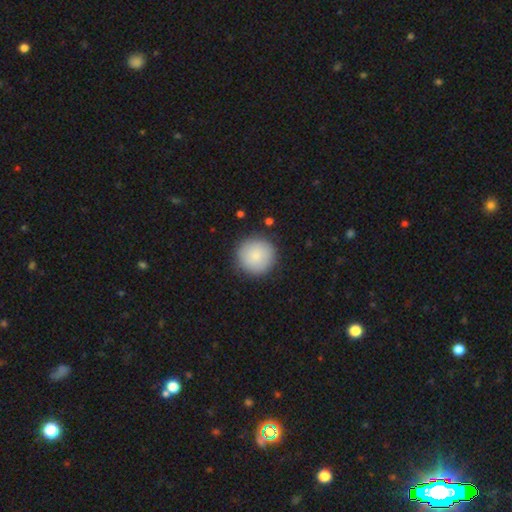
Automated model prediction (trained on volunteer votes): This appears to be a smooth galaxy with no disk features (84%) that is round (95%). Merging: none (87%).